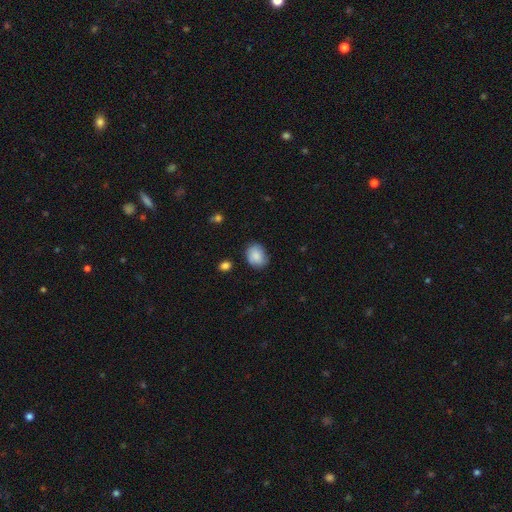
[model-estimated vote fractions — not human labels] Smooth or featured? Predicted: smooth (p=0.86). How rounded? Predicted: in between (p=0.59). Merging? Predicted: none (p=0.75).